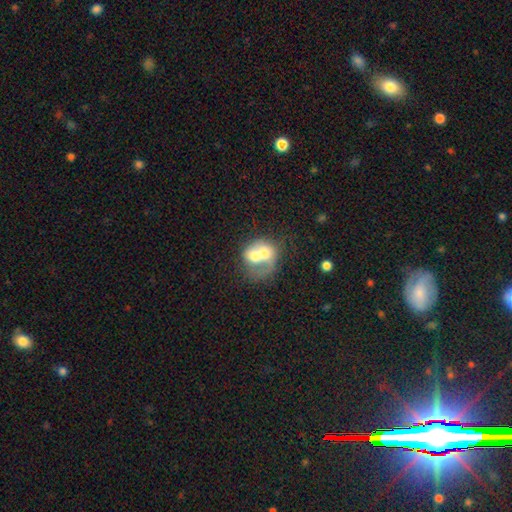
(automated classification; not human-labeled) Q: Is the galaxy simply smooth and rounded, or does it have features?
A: smooth — 54%.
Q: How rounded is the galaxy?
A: round — 56%.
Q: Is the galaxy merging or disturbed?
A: merger — 75%.